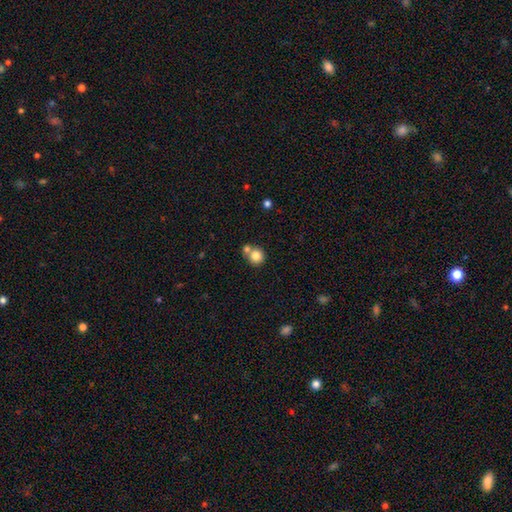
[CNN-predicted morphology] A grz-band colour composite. It shows a smooth galaxy with no disk features (81%) that is round (89%). Merging: none (51%).